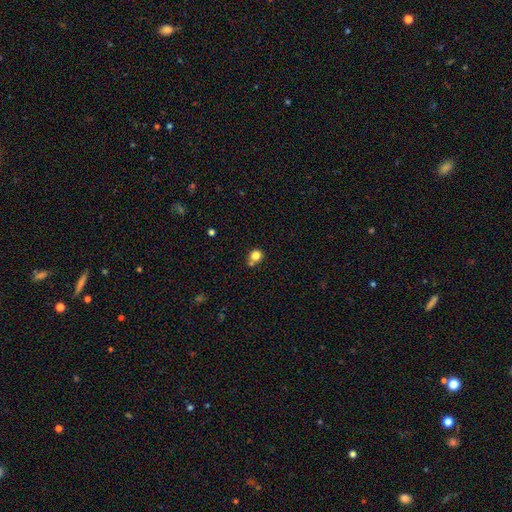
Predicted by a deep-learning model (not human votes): A smooth galaxy with no disk features (81%) that is round (84%).

Vote fractions:
- Smooth or featured? smooth: 81% / star or artifact: 12% / featured or disk: 7%
- How rounded? round: 84% / in between: 15% / cigar-shaped: 1%
- Merging? none: 57% / merger: 22% / minor disturbance: 15% / major disturbance: 5%